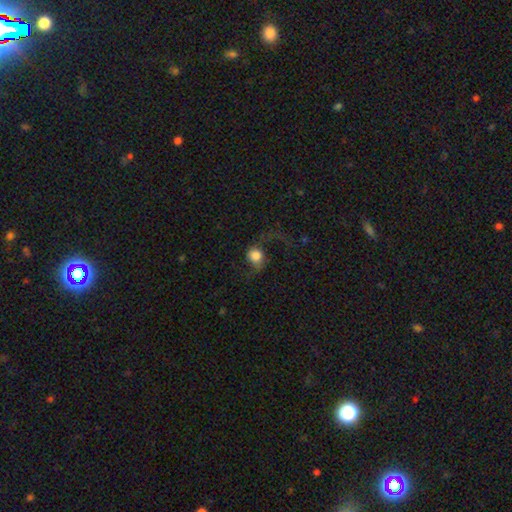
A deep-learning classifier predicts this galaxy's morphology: smooth_or_featured: smooth (p=0.58) [alt: featured or disk p=0.33]
how_rounded: round (p=0.79) [alt: in between p=0.20]
merging: none (p=0.43) [alt: major disturbance p=0.37]